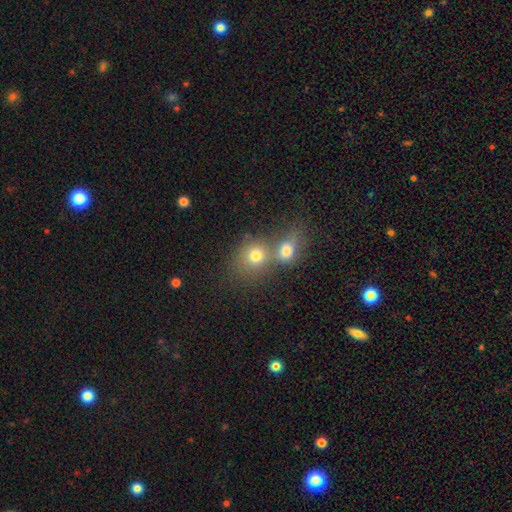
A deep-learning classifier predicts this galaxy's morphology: This appears to be a smooth galaxy with no disk features (75%) that is round (75%). Merging: merger (54%).